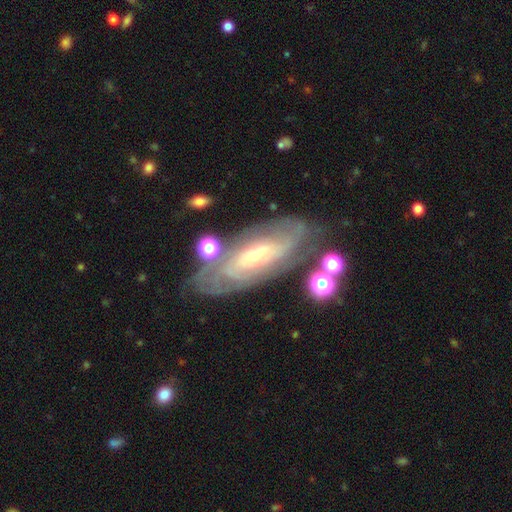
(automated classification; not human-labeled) Smooth or featured: featured or disk — 80% (smooth — 13%)
Edge-on disk: no — 88% (yes — 12%)
Bar: no — 59% (weak — 28%)
Spiral arms: yes — 86% (no — 14%)
Spiral winding: tight — 68% (medium — 24%)
Spiral arm count: can't tell — 55% (2 — 21%)
Bulge size: small — 71% (moderate — 24%)
Merging: none — 71% (minor disturbance — 17%)